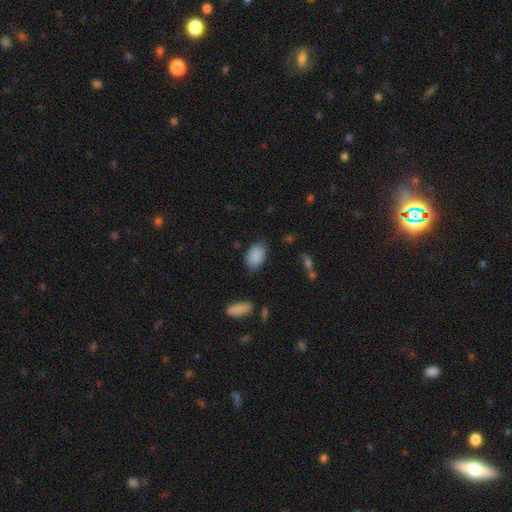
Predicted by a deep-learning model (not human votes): smooth 89%, star or artifact 7%, featured or disk 5%. Down the decision tree: how rounded — in between (89%); merging — none (78%).